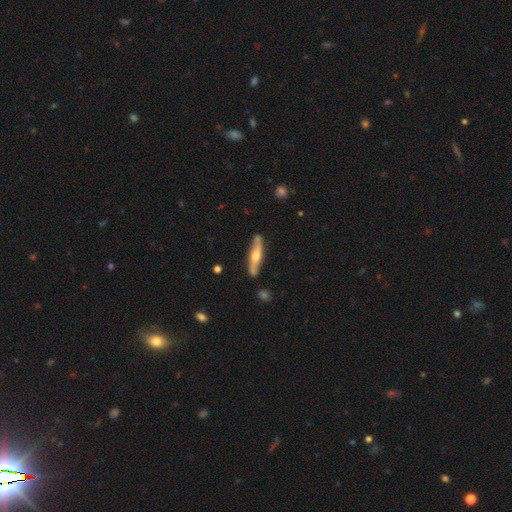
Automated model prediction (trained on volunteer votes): featured or disk 57%, smooth 38%, star or artifact 5%. Down the decision tree: edge-on disk — yes (67%); merging — none (82%).